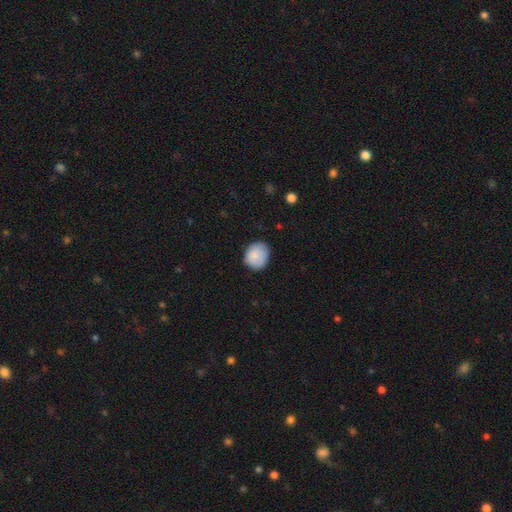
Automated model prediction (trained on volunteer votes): smooth_or_featured: smooth (p=0.86) [alt: star or artifact p=0.07]
how_rounded: round (p=0.66) [alt: in between p=0.33]
merging: none (p=0.76) [alt: minor disturbance p=0.19]